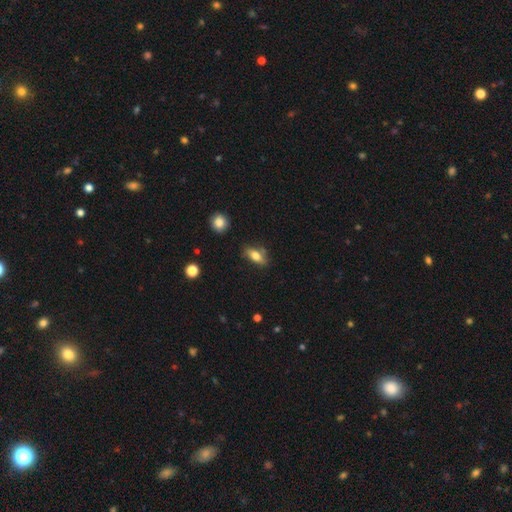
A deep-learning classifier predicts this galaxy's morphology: Smooth or featured?
  - smooth: 75% *
  - featured or disk: 16%
  - star or artifact: 8%
How rounded?
  - in between: 82% *
  - cigar-shaped: 12%
  - round: 6%
Merging?
  - none: 72% *
  - minor disturbance: 20%
  - major disturbance: 4%
  - merger: 4%